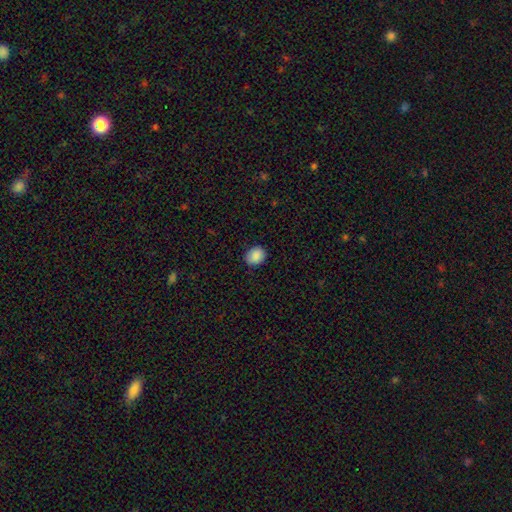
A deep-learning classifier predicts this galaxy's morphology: Smooth or featured?
  - smooth: 89% *
  - star or artifact: 8%
  - featured or disk: 3%
How rounded?
  - round: 54% *
  - in between: 45%
  - cigar-shaped: 1%
Merging?
  - none: 87% *
  - minor disturbance: 10%
  - major disturbance: 2%
  - merger: 1%